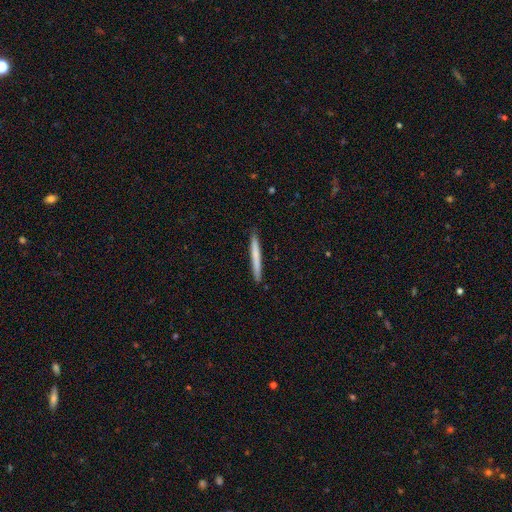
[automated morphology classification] This appears to be a smooth galaxy with no disk features (67%) that is cigar-shaped (97%). Merging: none (91%).